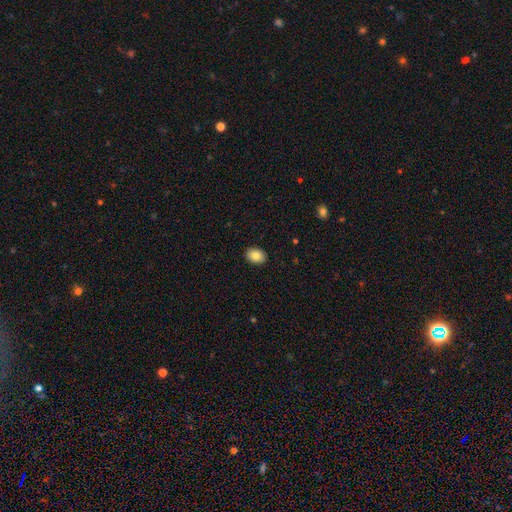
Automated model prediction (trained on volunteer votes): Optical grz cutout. It shows a smooth galaxy with no disk features (83%) that is in between round and cigar-shaped (75%). Merging: none (90%).